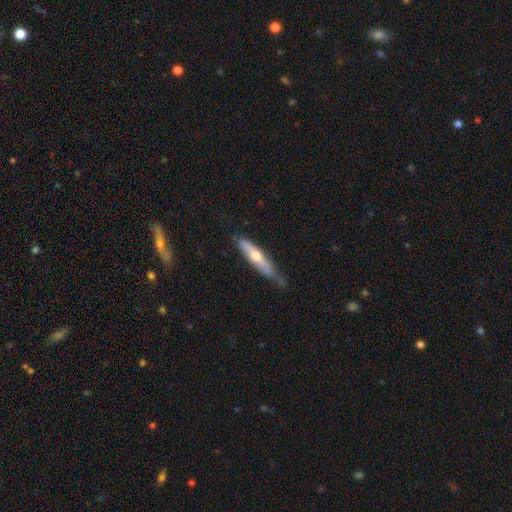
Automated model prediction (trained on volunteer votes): Q: Smooth or featured?
A: smooth (52%); runner-up: featured or disk (43%)
Q: How rounded?
A: cigar-shaped (85%); runner-up: in between (14%)
Q: Merging?
A: none (55%); runner-up: minor disturbance (35%)